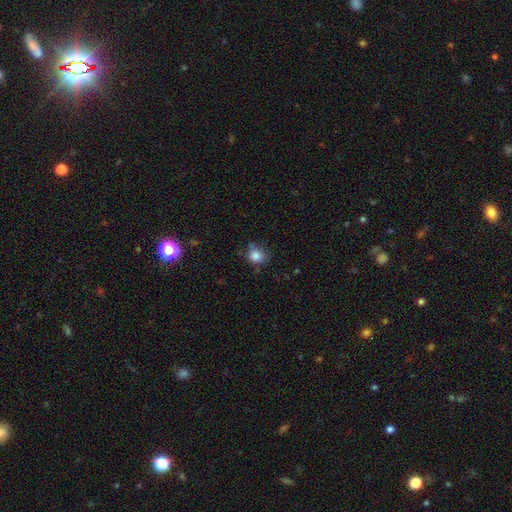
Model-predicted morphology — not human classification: smooth 83%, star or artifact 11%, featured or disk 6%. Down the decision tree: how rounded — round (71%); merging — none (61%).